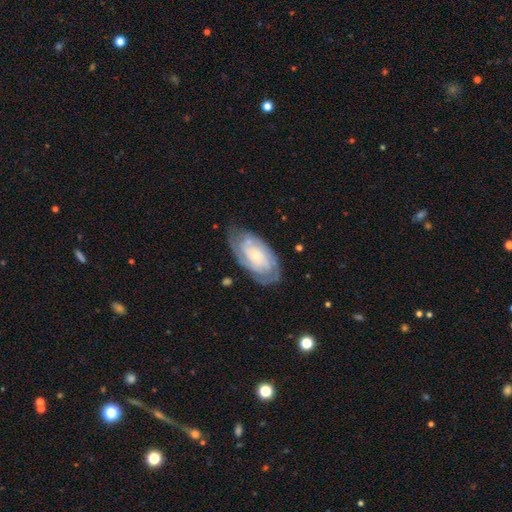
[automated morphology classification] Smooth or featured?
  - featured or disk: 79% *
  - smooth: 15%
  - star or artifact: 6%
Edge-on disk?
  - no: 95% *
  - yes: 5%
Bar?
  - no: 72% *
  - weak: 23%
  - strong: 5%
Spiral arms?
  - yes: 93% *
  - no: 7%
Spiral winding?
  - tight: 70% *
  - medium: 24%
  - loose: 6%
Spiral arm count?
  - can't tell: 38% *
  - 2: 30%
  - 3: 16%
  - 4: 8%
  - 1: 4%
  - more than 4: 4%
Bulge size?
  - small: 75% *
  - moderate: 18%
  - none: 4%
  - large: 2%
  - dominant: 1%
Merging?
  - none: 73% *
  - minor disturbance: 19%
  - major disturbance: 6%
  - merger: 2%